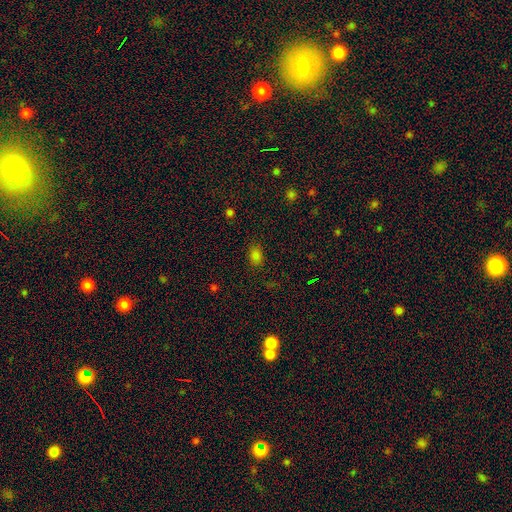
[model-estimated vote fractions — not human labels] smooth 78%, star or artifact 17%, featured or disk 5%. Down the decision tree: how rounded — in between (71%); merging — none (82%).